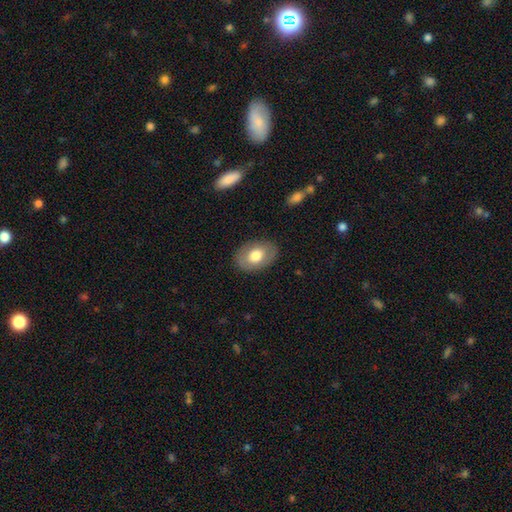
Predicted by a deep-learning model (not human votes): smooth_or_featured: smooth (p=0.69) [alt: featured or disk p=0.24]
how_rounded: in between (p=0.82) [alt: round p=0.17]
merging: none (p=0.85) [alt: minor disturbance p=0.10]